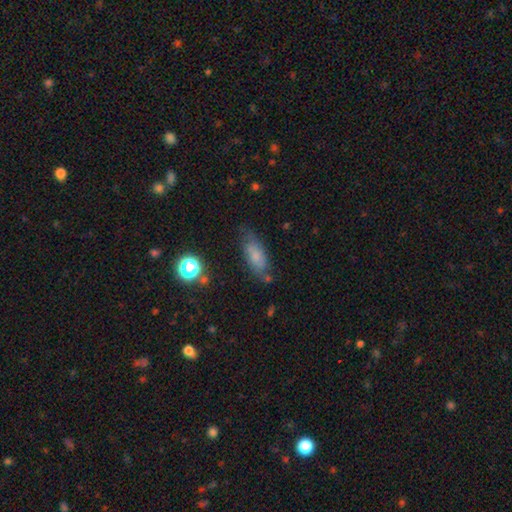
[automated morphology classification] Smooth or featured?
  - smooth: 66% *
  - featured or disk: 23%
  - star or artifact: 10%
How rounded?
  - in between: 77% *
  - cigar-shaped: 19%
  - round: 4%
Merging?
  - none: 62% *
  - minor disturbance: 25%
  - major disturbance: 9%
  - merger: 4%